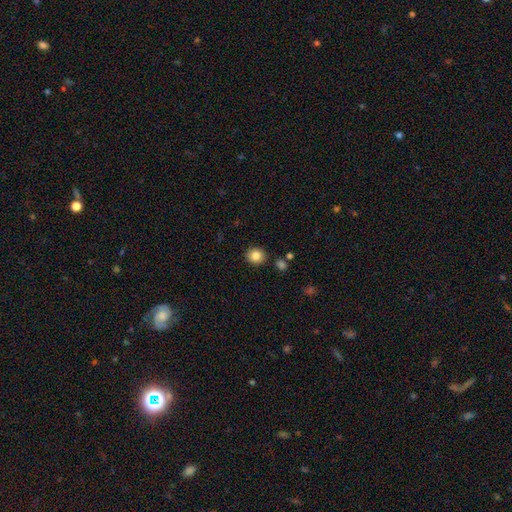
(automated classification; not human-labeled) Smooth or featured?
  - smooth: 85% *
  - star or artifact: 10%
  - featured or disk: 6%
How rounded?
  - round: 79% *
  - in between: 20%
  - cigar-shaped: 1%
Merging?
  - none: 87% *
  - minor disturbance: 7%
  - merger: 3%
  - major disturbance: 2%